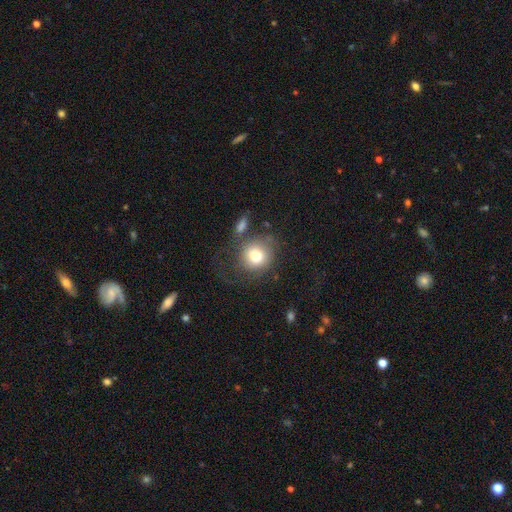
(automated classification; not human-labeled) This appears to be a smooth galaxy with no disk features (74%) that is round (84%). Merging: none (54%).